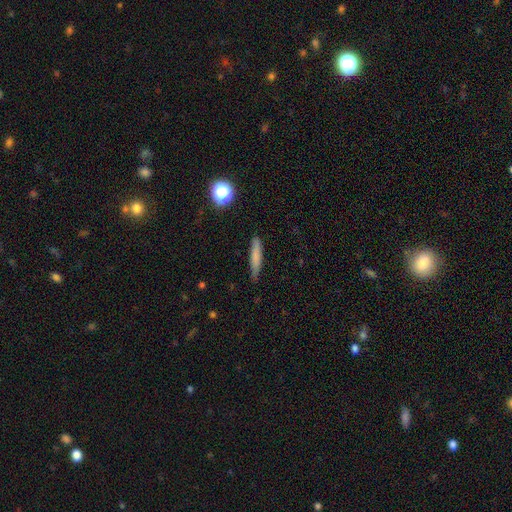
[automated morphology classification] smooth_or_featured: smooth (p=0.74) [alt: featured or disk p=0.18]
how_rounded: cigar-shaped (p=0.89) [alt: in between p=0.09]
merging: none (p=0.80) [alt: minor disturbance p=0.16]